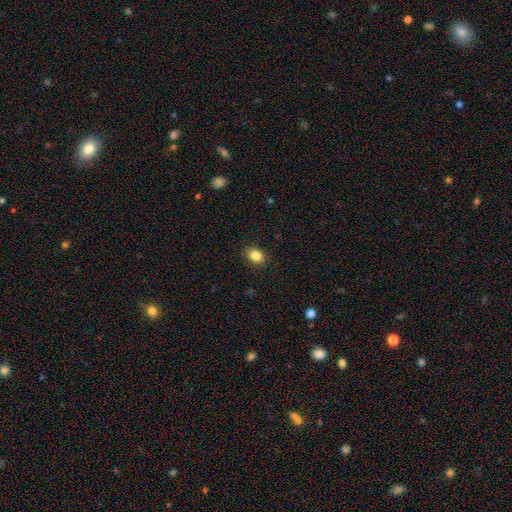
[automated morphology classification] A smooth galaxy with no disk features (85%) that is in between round and cigar-shaped (54%).

Vote fractions:
- Smooth or featured? smooth: 85% / star or artifact: 10% / featured or disk: 5%
- How rounded? in between: 54% / round: 45% / cigar-shaped: 1%
- Merging? none: 89% / minor disturbance: 8% / major disturbance: 2% / merger: 1%